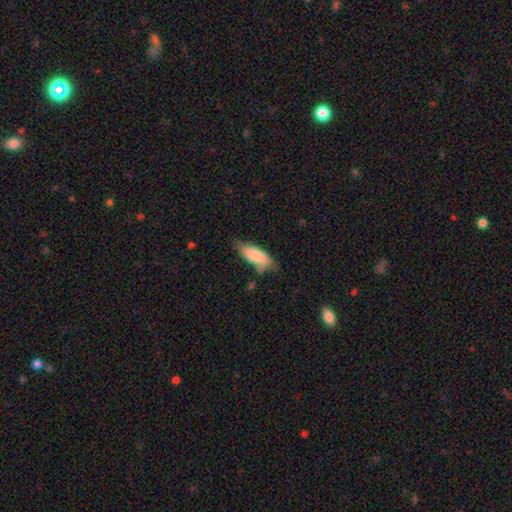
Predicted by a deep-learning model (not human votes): The model was most divided on "merging": none: 55%, minor disturbance: 32%, major disturbance: 8%, merger: 5%. More confident: smooth or featured — smooth (83%); how rounded — in between (71%).